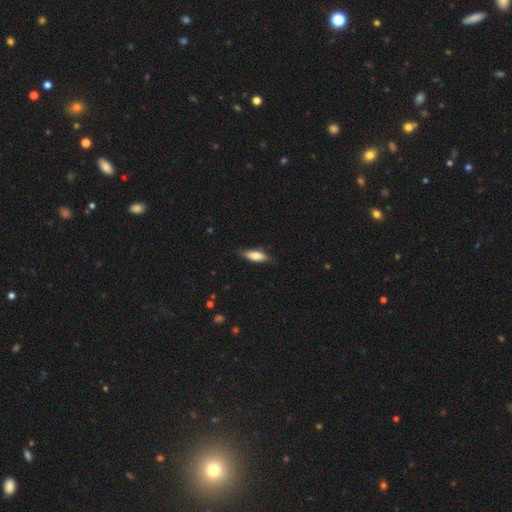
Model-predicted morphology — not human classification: Q: Smooth or featured?
A: smooth (70%); runner-up: featured or disk (24%)
Q: How rounded?
A: in between (58%); runner-up: cigar-shaped (40%)
Q: Merging?
A: none (79%); runner-up: minor disturbance (17%)